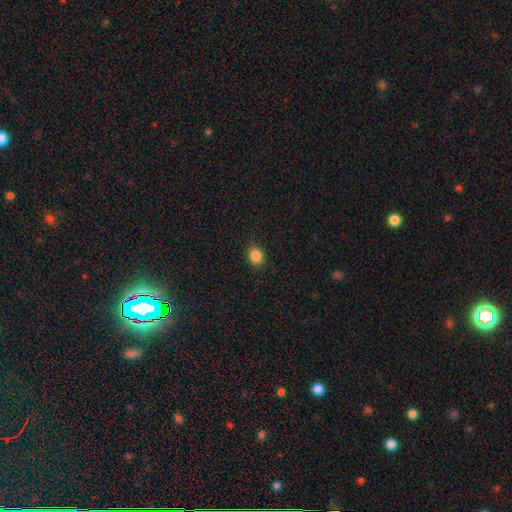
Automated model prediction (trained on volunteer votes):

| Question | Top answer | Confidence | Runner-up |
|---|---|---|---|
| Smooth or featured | smooth | 86% | star or artifact (10%) |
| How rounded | round | 64% | in between (35%) |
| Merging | none | 87% | minor disturbance (9%) |